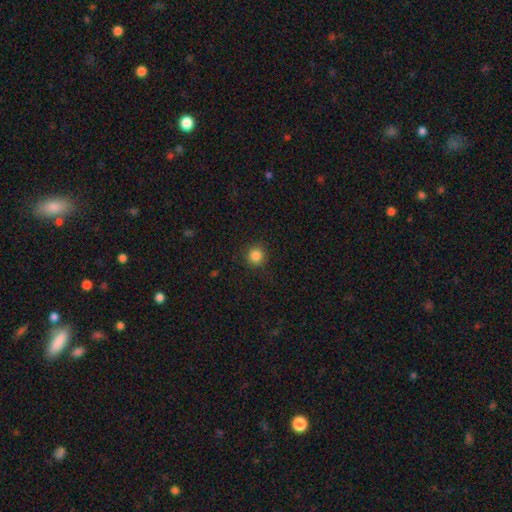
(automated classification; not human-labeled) The model was most divided on "smooth or featured": smooth: 85%, star or artifact: 11%, featured or disk: 4%. More confident: how rounded — round (94%); merging — none (89%).